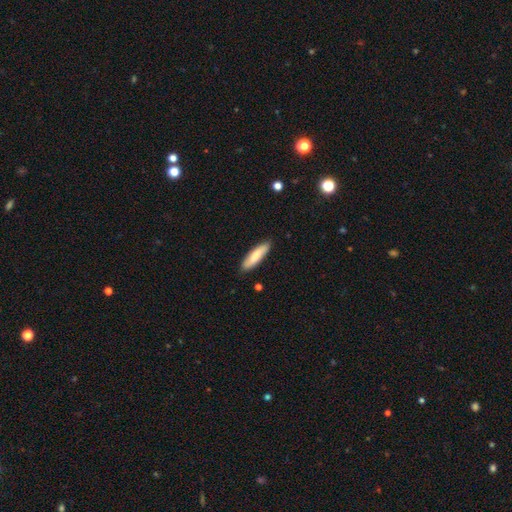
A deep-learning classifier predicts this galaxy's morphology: smooth-or-featured: smooth: 78% | featured or disk: 17% | star or artifact: 5%
  how-rounded: cigar-shaped: 67% | in between: 31% | round: 1%
  merging: none: 86% | minor disturbance: 11% | major disturbance: 2% | merger: 1%